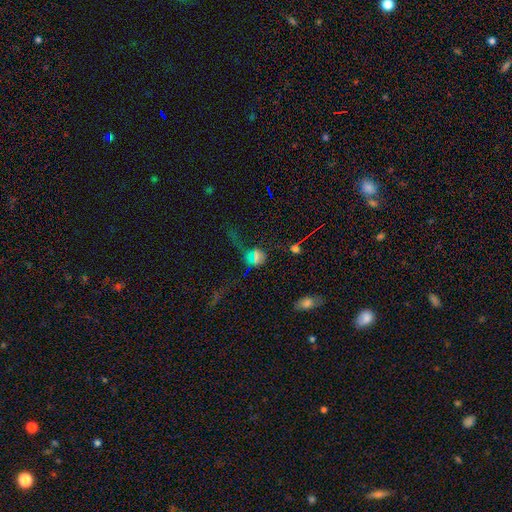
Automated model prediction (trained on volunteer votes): smooth_or_featured: star or artifact (p=0.44) [alt: smooth p=0.38]